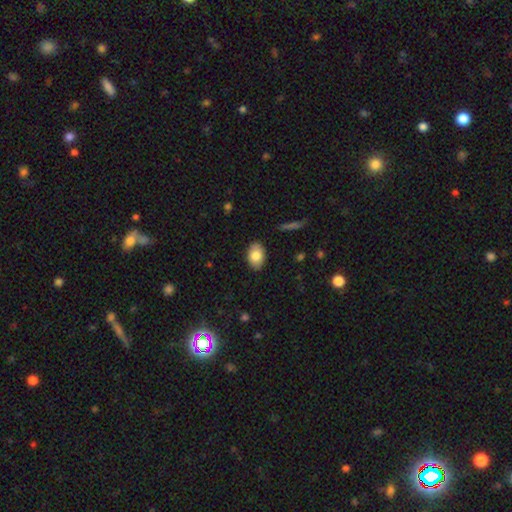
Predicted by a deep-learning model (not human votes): A smooth galaxy with no disk features (80%) that is in between round and cigar-shaped (86%).

Vote fractions:
- Smooth or featured? smooth: 80% / featured or disk: 13% / star or artifact: 7%
- How rounded? in between: 86% / round: 12% / cigar-shaped: 1%
- Merging? none: 87% / minor disturbance: 10% / major disturbance: 2% / merger: 1%